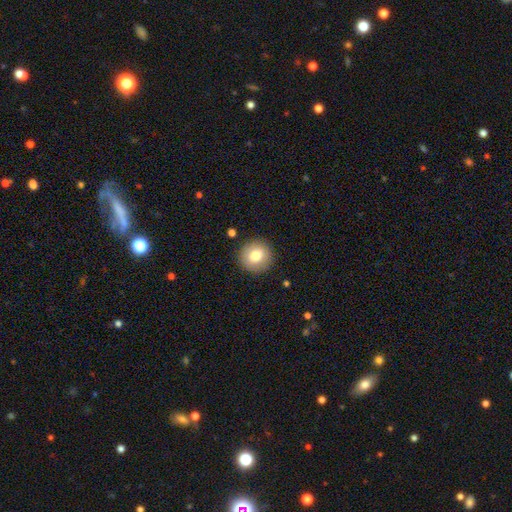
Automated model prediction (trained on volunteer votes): smooth_or_featured: smooth (p=0.78) [alt: featured or disk p=0.14]
how_rounded: round (p=0.92) [alt: in between p=0.07]
merging: none (p=0.90) [alt: minor disturbance p=0.07]